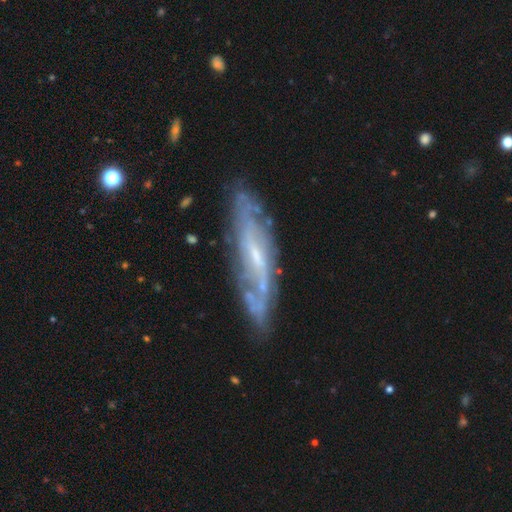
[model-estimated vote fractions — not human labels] Smooth or featured? Predicted: featured or disk (p=0.79). Edge-on disk? Predicted: no (p=0.71). Bar? Predicted: weak (p=0.46). Spiral arms? Predicted: yes (p=0.86). Bulge size? Predicted: small (p=0.66). Merging? Predicted: none (p=0.75).